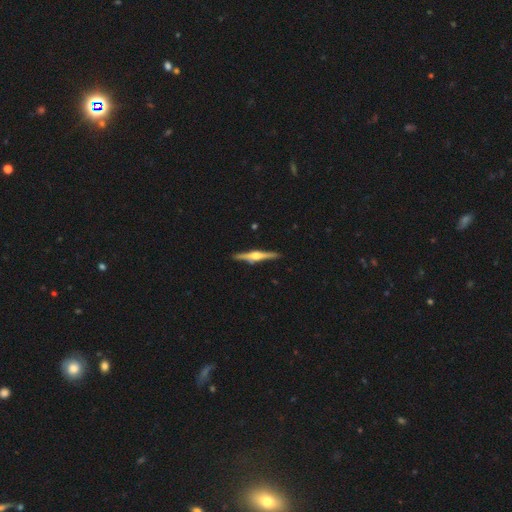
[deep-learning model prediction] Overall: featured or disk (81%). Edge-on disk: yes (98%). Edge-on bulge: rounded (91%). Merging: none (90%).